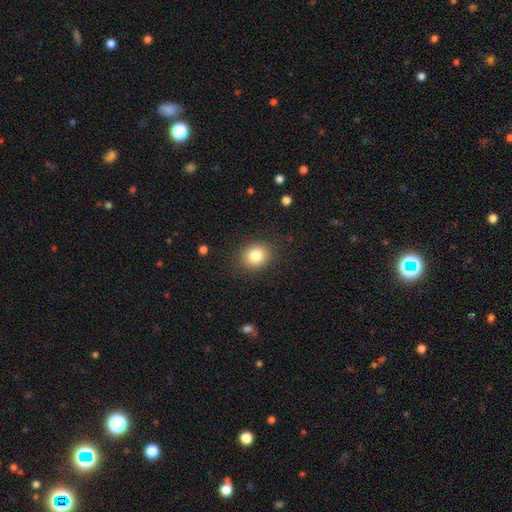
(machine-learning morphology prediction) A smooth galaxy with no disk features (82%) that is round (72%).

Vote fractions:
- Smooth or featured? smooth: 82% / star or artifact: 10% / featured or disk: 7%
- How rounded? round: 72% / in between: 27% / cigar-shaped: 1%
- Merging? none: 88% / minor disturbance: 8% / major disturbance: 3% / merger: 1%